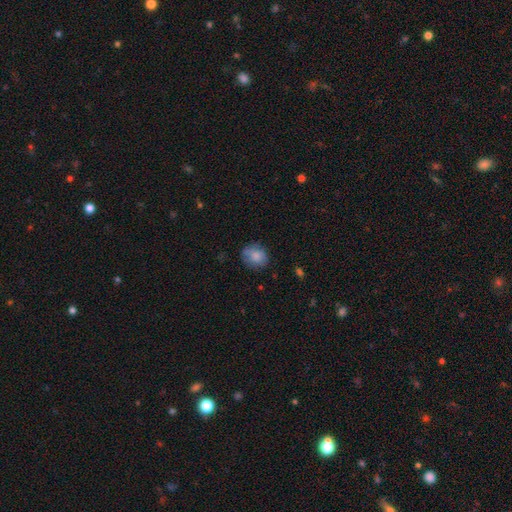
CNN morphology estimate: Smooth or featured? Predicted: smooth (p=0.79). How rounded? Predicted: round (p=0.59). Merging? Predicted: none (p=0.71).